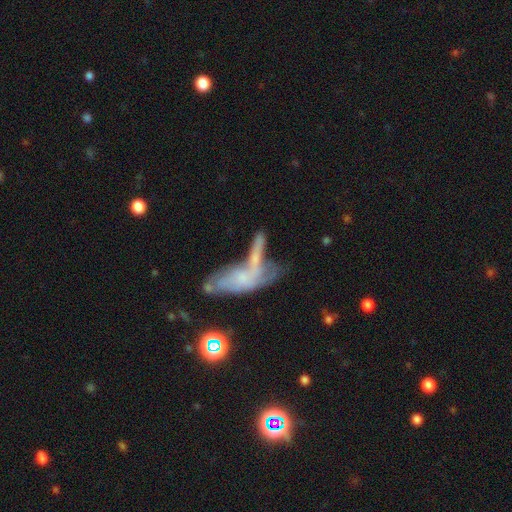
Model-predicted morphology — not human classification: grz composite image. It shows a smooth galaxy with no disk features (46%). Merging: merger (55%).